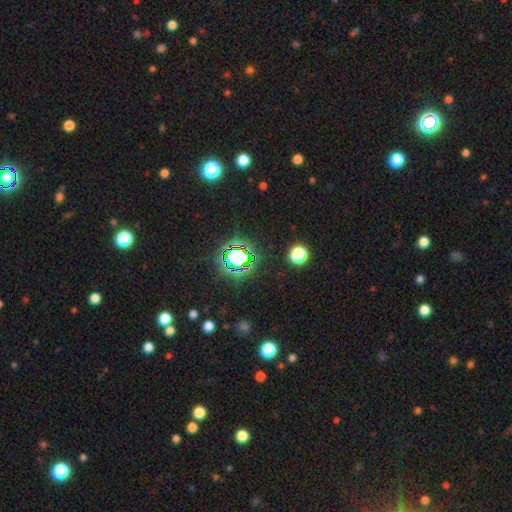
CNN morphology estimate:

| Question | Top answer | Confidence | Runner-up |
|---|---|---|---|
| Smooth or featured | star or artifact | 77% | smooth (15%) |